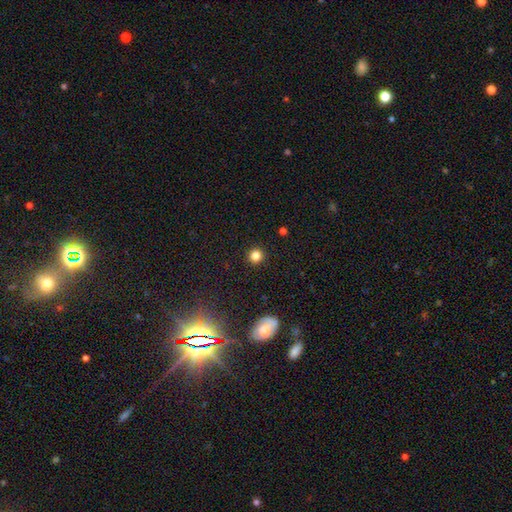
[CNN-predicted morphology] Q: Smooth or featured?
A: smooth (82%); runner-up: star or artifact (13%)
Q: How rounded?
A: round (94%); runner-up: in between (5%)
Q: Merging?
A: none (92%); runner-up: minor disturbance (5%)